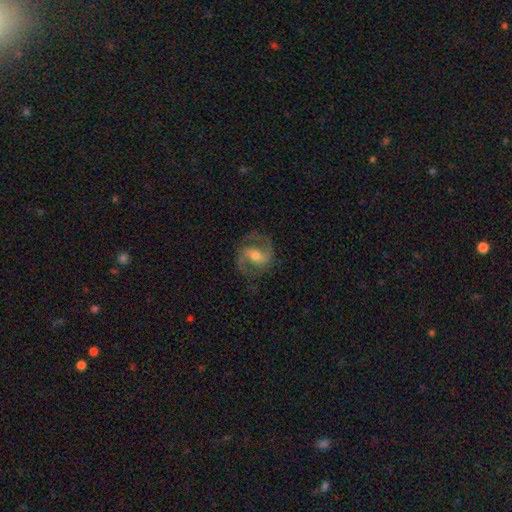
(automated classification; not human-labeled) This is clearly a featured or disk galaxy (85%). It is clearly not viewed edge-on (97%). Bar: possibly weak (47%). Spiral arm pattern: clearly yes (96%). Spiral arm count: clearly 2 (92%). Spiral winding: likely medium (60%). Central bulge: likely moderate (61%). Merging: likely none (79%).